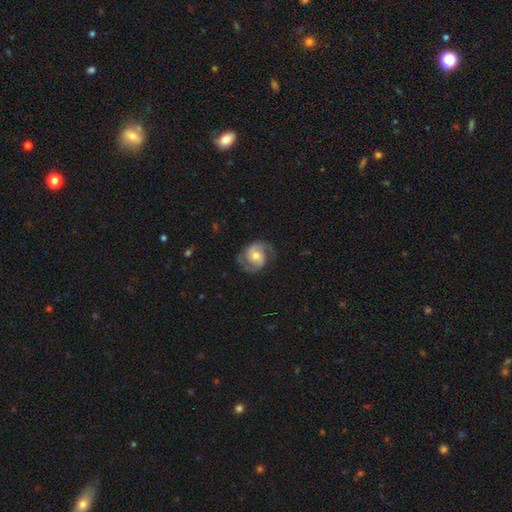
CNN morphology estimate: A featured or disk galaxy (82%) with no bar (57%), 2 (91%) medium (53%) spiral arms (95%) and a moderate central bulge (62%).

Vote fractions:
- Smooth or featured? featured or disk: 82% / smooth: 12% / star or artifact: 6%
- Edge-on disk? no: 98% / yes: 2%
- Bar? no: 57% / weak: 33% / strong: 10%
- Spiral arms? yes: 95% / no: 5%
- Spiral winding? medium: 53% / tight: 25% / loose: 22%
- Spiral arm count? 2: 91% / can't tell: 4% / 1: 2% / 3: 1% / 4: 1% / more than 4: 1%
- Bulge size? moderate: 62% / small: 30% / large: 6% / none: 2% / dominant: 1%
- Merging? none: 75% / minor disturbance: 16% / major disturbance: 8% / merger: 1%